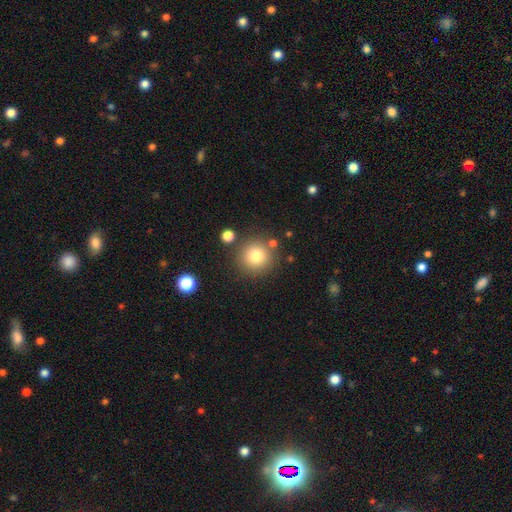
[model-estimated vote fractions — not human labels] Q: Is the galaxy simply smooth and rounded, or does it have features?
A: smooth — 79%.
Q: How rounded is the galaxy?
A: round — 94%.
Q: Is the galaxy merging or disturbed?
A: none — 83%.